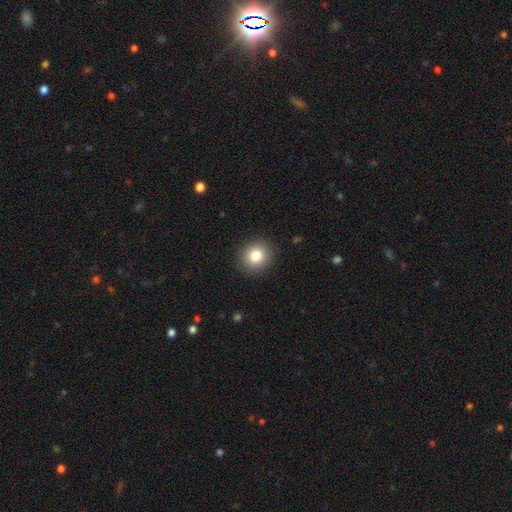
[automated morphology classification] smooth_or_featured: smooth (p=0.83) [alt: star or artifact p=0.10]
how_rounded: round (p=0.84) [alt: in between p=0.15]
merging: none (p=0.90) [alt: minor disturbance p=0.06]